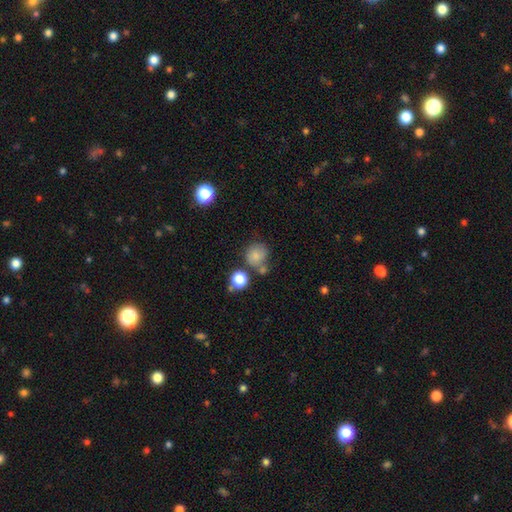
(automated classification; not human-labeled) The model was most divided on "merging": none: 56%, merger: 21%, minor disturbance: 16%, major disturbance: 7%. More confident: how rounded — round (83%); smooth or featured — smooth (79%).